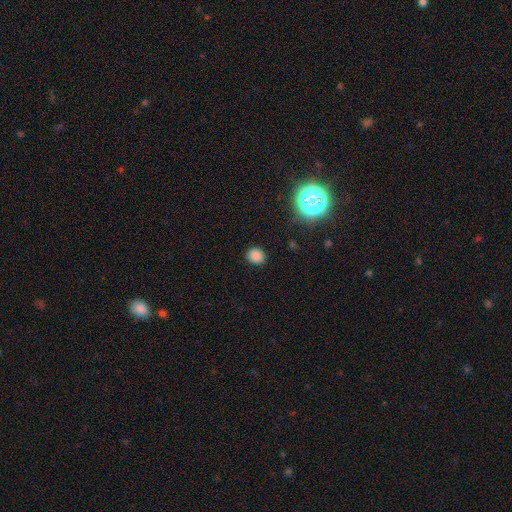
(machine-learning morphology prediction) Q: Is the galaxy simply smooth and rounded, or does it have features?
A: smooth — 81%.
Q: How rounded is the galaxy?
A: round — 77%.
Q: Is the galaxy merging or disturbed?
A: none — 89%.